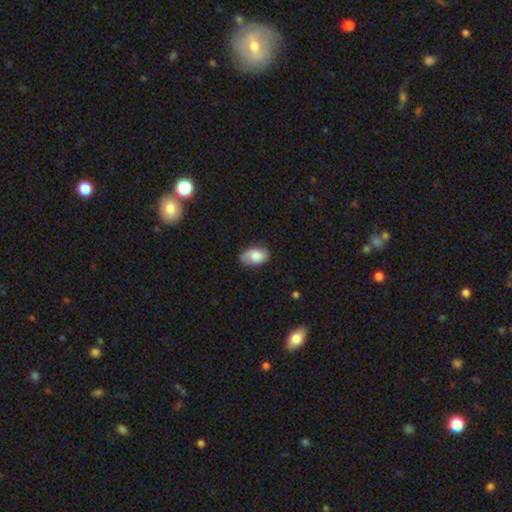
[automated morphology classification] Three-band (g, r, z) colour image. It shows a smooth galaxy with no disk features (78%) that is in between round and cigar-shaped (90%). Merging: none (69%).